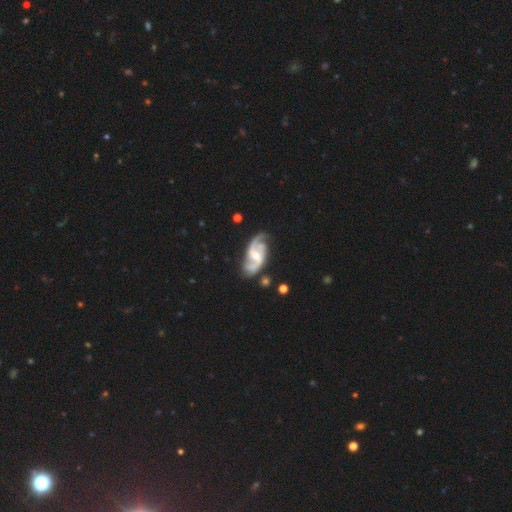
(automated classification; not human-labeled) Morphology: type=featured or disk (91%); edge-on=no (97%); bar=weak (47%); spiral arms=yes (98%); winding=medium (53%); arm count=2 (71%); bulge=moderate (53%); merging=none (65%).